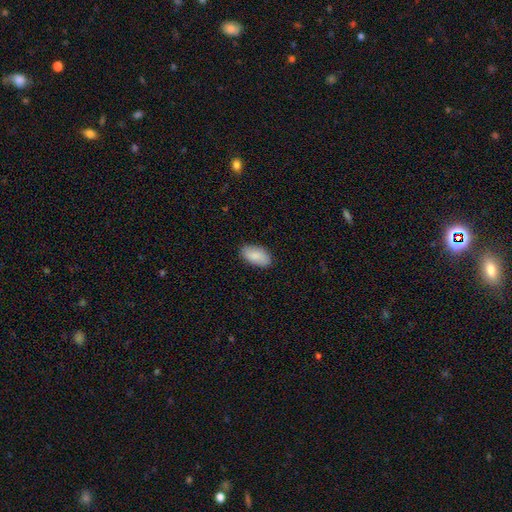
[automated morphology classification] Smooth or featured?
  - smooth: 88% *
  - featured or disk: 6%
  - star or artifact: 6%
How rounded?
  - in between: 95% *
  - round: 3%
  - cigar-shaped: 2%
Merging?
  - none: 88% *
  - minor disturbance: 9%
  - major disturbance: 2%
  - merger: 1%